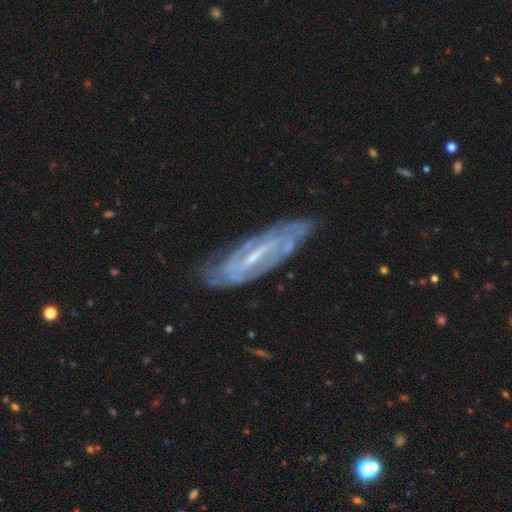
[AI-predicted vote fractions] Overall: featured or disk (80%). Edge-on disk: no (74%). Bar: weak (40%; strong 39%). Spiral arms: yes (83%). Bulge size: small (64%). Merging: none (75%).